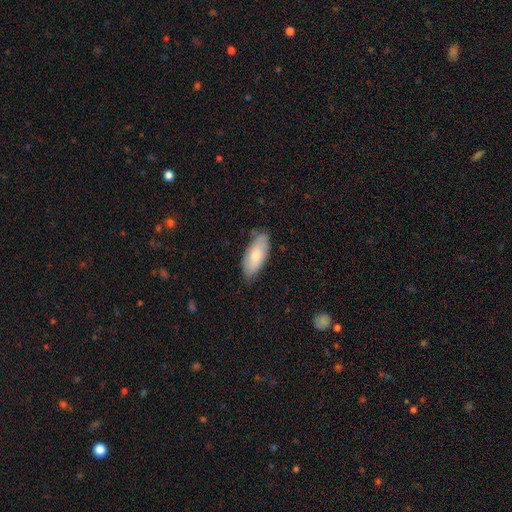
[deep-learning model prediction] smooth-or-featured: smooth: 75% | featured or disk: 20% | star or artifact: 6%
  how-rounded: in between: 84% | cigar-shaped: 14% | round: 2%
  merging: none: 74% | minor disturbance: 21% | major disturbance: 3% | merger: 1%